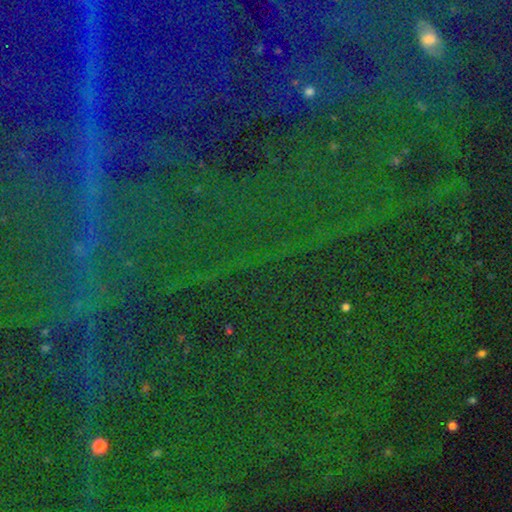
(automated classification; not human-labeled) A star or artifact, not a galaxy (86%).

Vote fractions:
- Smooth or featured? star or artifact: 86% / smooth: 7% / featured or disk: 6%